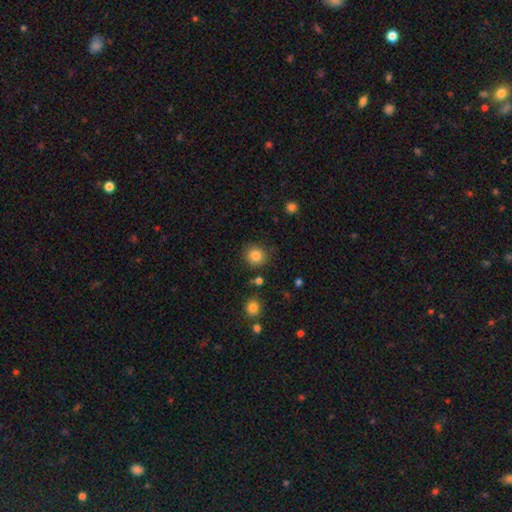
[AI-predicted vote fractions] Smooth or featured: smooth — 83% (star or artifact — 11%)
How rounded: round — 91% (in between — 8%)
Merging: none — 86% (minor disturbance — 8%)